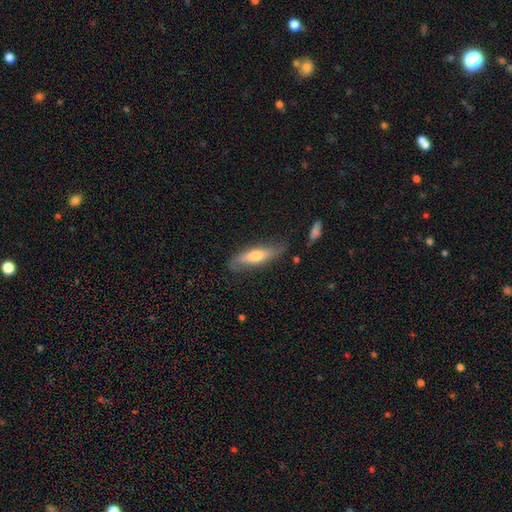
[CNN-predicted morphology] This is possibly a smooth galaxy (55%). How rounded: likely cigar-shaped (65%). Merging: likely none (70%).